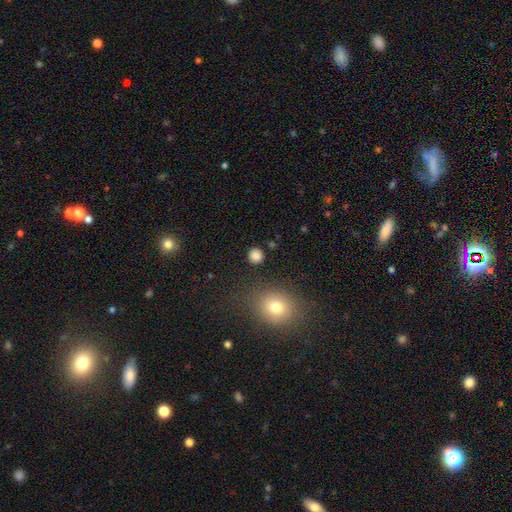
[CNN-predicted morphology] Smooth or featured?
  - smooth: 84% *
  - star or artifact: 12%
  - featured or disk: 4%
How rounded?
  - round: 91% *
  - in between: 8%
  - cigar-shaped: 1%
Merging?
  - none: 89% *
  - minor disturbance: 6%
  - major disturbance: 3%
  - merger: 2%